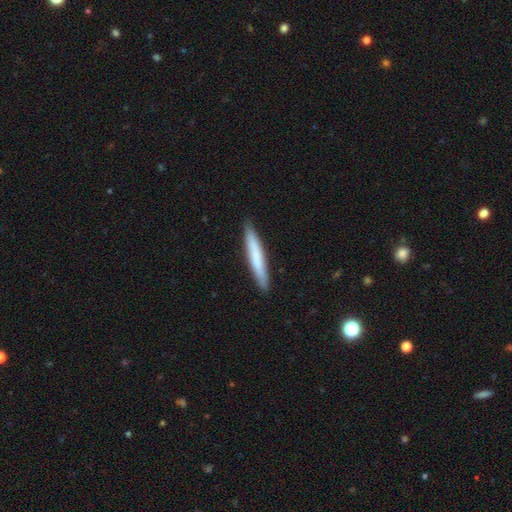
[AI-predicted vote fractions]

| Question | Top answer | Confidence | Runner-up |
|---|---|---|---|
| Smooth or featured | smooth | 68% | featured or disk (26%) |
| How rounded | cigar-shaped | 95% | in between (4%) |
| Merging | none | 90% | minor disturbance (7%) |